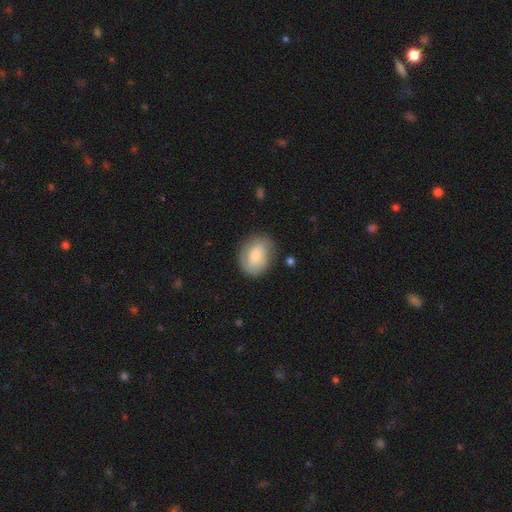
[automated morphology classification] smooth 63%, featured or disk 30%, star or artifact 7%. Down the decision tree: how rounded — in between (60%); merging — none (79%).